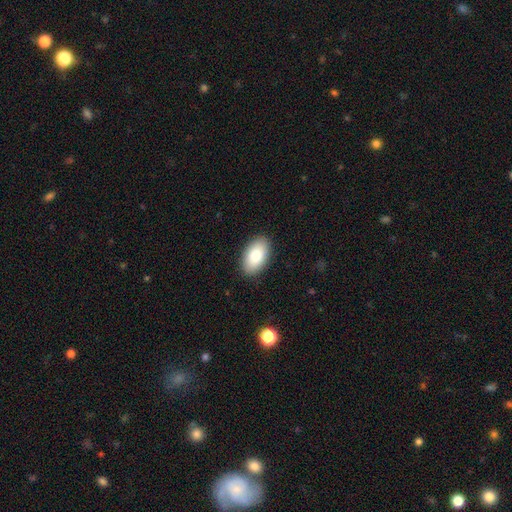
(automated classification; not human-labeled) Smooth or featured? smooth (83%)
How rounded? in between (94%)
Merging? none (89%)